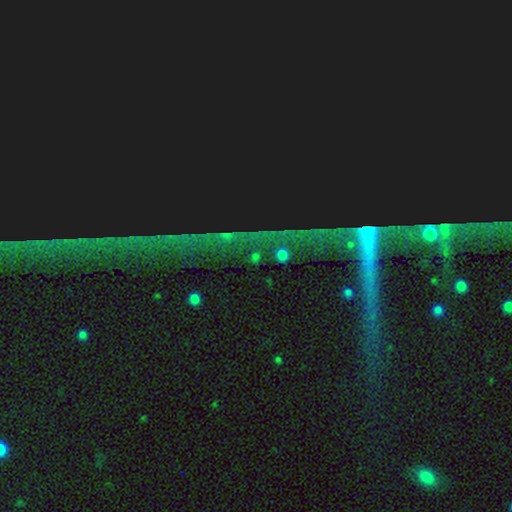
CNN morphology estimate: star or artifact 72%, smooth 15%, featured or disk 13%.